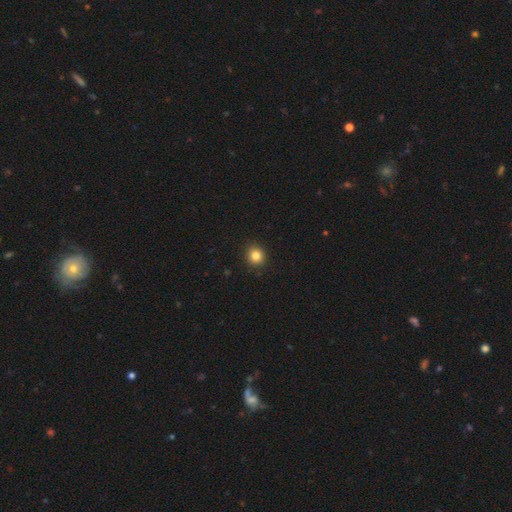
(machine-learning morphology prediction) Q: Smooth or featured?
A: smooth (83%); runner-up: star or artifact (12%)
Q: How rounded?
A: round (89%); runner-up: in between (10%)
Q: Merging?
A: none (92%); runner-up: minor disturbance (6%)